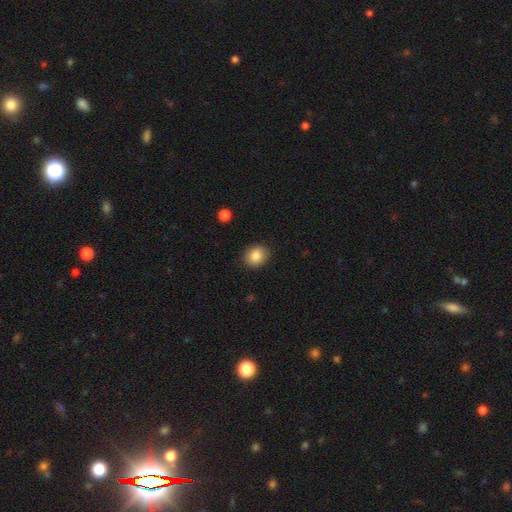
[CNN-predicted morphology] smooth_or_featured: smooth (p=0.86) [alt: star or artifact p=0.08]
how_rounded: round (p=0.55) [alt: in between p=0.44]
merging: none (p=0.88) [alt: minor disturbance p=0.08]